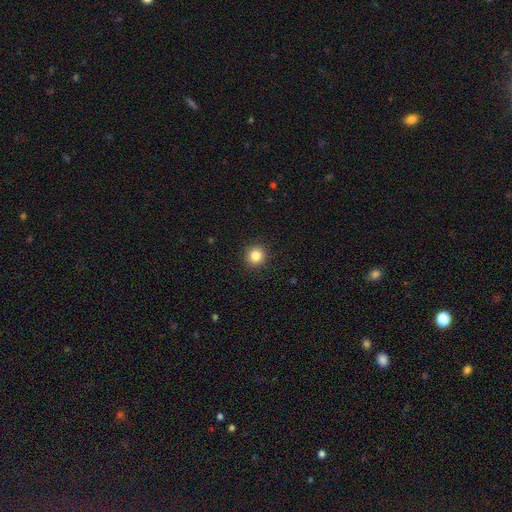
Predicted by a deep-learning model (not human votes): The model was most divided on "smooth or featured": smooth: 85%, star or artifact: 11%, featured or disk: 4%. More confident: how rounded — round (94%); merging — none (92%).